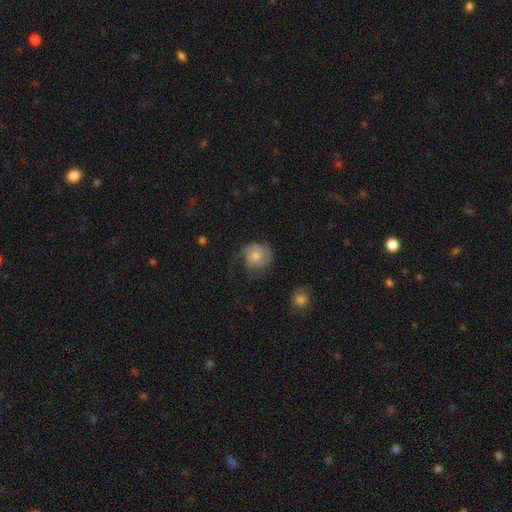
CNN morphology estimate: The model was most divided on "merging": none: 43%, minor disturbance: 29%, major disturbance: 26%, merger: 2%. More confident: how rounded — round (82%); smooth or featured — smooth (62%).